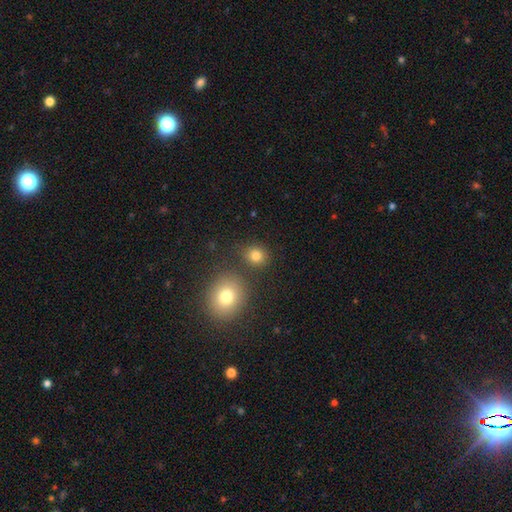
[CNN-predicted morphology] Smooth or featured? Predicted: smooth (p=0.80). How rounded? Predicted: round (p=0.79). Merging? Predicted: none (p=0.78).